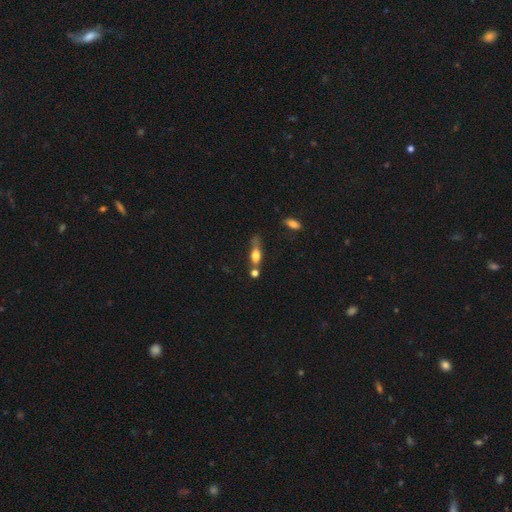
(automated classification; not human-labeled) This appears to be a smooth galaxy with no disk features (62%) that is in between round and cigar-shaped (51%). Merging: none (36%).